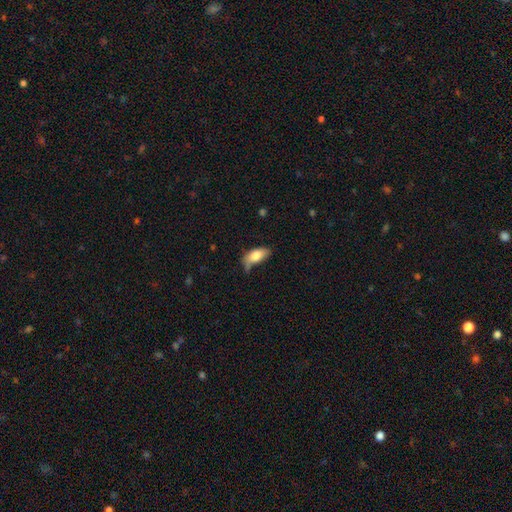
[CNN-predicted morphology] Smooth or featured: smooth — 77% (featured or disk — 17%)
How rounded: in between — 89% (cigar-shaped — 7%)
Merging: none — 38% (minor disturbance — 35%)